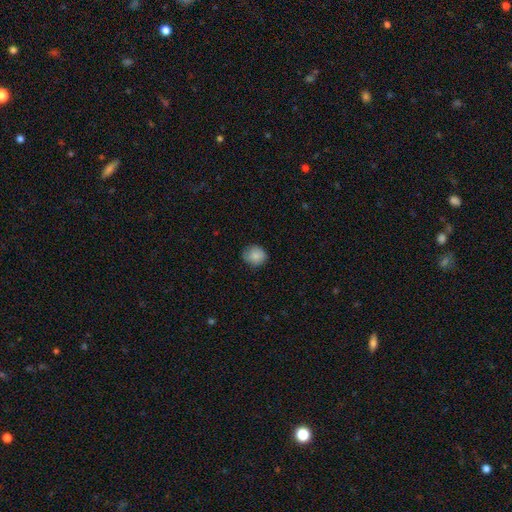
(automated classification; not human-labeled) Smooth or featured?
  - smooth: 84% *
  - star or artifact: 8%
  - featured or disk: 7%
How rounded?
  - round: 80% *
  - in between: 19%
  - cigar-shaped: 1%
Merging?
  - none: 76% *
  - minor disturbance: 20%
  - major disturbance: 3%
  - merger: 1%